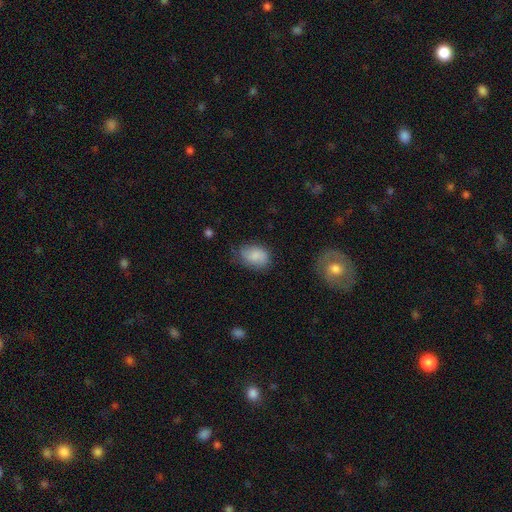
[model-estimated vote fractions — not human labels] Overall: smooth (82%). How rounded: in between (82%). Merging: none (63%; minor disturbance 28%).